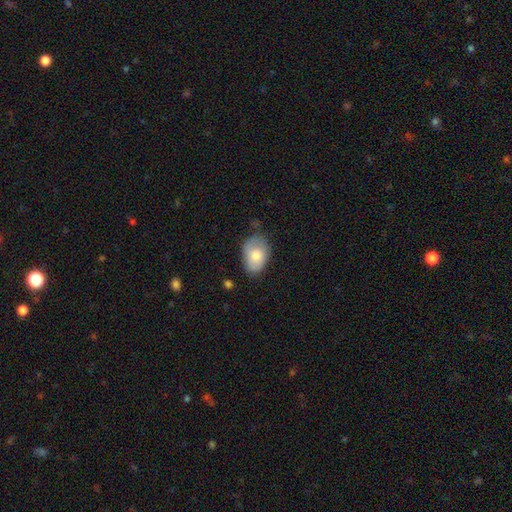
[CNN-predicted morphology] Overall: smooth (73%). How rounded: in between (85%). Merging: none (60%; minor disturbance 30%).